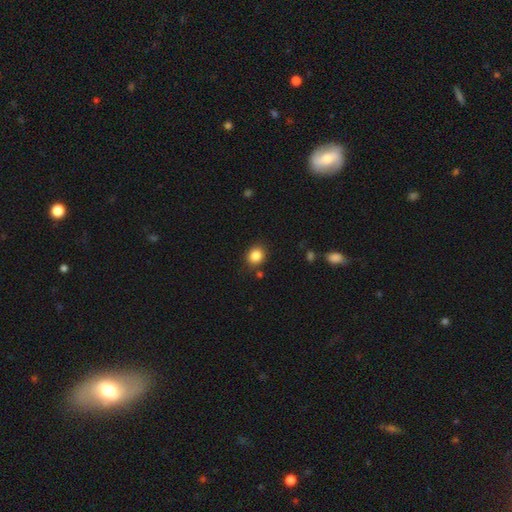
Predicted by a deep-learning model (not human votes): The model was most divided on "how rounded": round: 75%, in between: 24%, cigar-shaped: 1%. More confident: smooth or featured — smooth (85%); merging — none (85%).